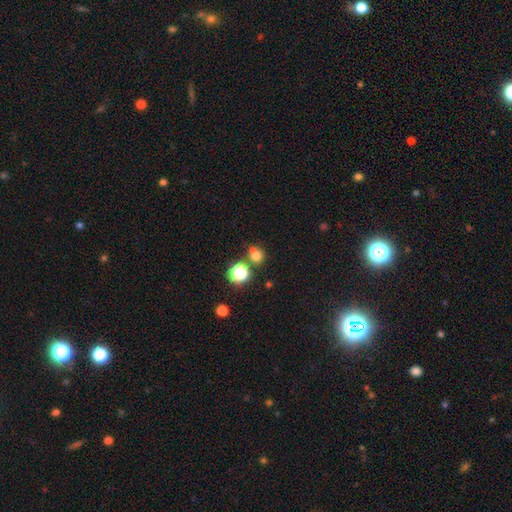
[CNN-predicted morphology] A smooth galaxy with no disk features (71%) that is round (85%). Merging: none (62%).